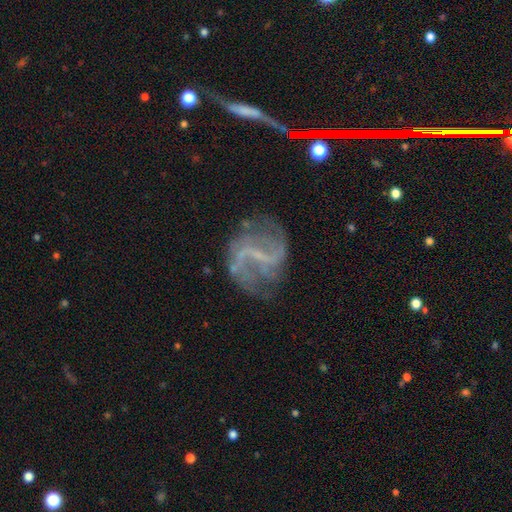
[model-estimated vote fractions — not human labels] A featured or disk galaxy (82%) with a weak bar (43%), 2 (80%) loose (52%) spiral arms (92%) and no central bulge (46%).

Vote fractions:
- Smooth or featured? featured or disk: 82% / star or artifact: 10% / smooth: 8%
- Edge-on disk? no: 97% / yes: 3%
- Bar? weak: 43% / strong: 38% / no: 19%
- Spiral arms? yes: 92% / no: 8%
- Spiral winding? loose: 52% / medium: 36% / tight: 12%
- Spiral arm count? 2: 80% / can't tell: 8% / 3: 4% / 1: 3% / 4: 2% / more than 4: 2%
- Bulge size? none: 46% / small: 45% / moderate: 7% / large: 1% / dominant: 1%
- Merging? none: 70% / minor disturbance: 16% / major disturbance: 12% / merger: 3%